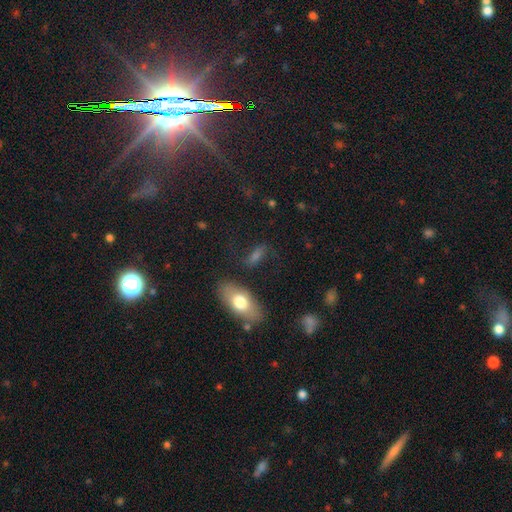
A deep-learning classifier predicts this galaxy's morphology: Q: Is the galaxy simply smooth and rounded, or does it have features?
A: smooth — 54%.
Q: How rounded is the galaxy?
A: in between — 69%.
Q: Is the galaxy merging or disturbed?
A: none — 68%.